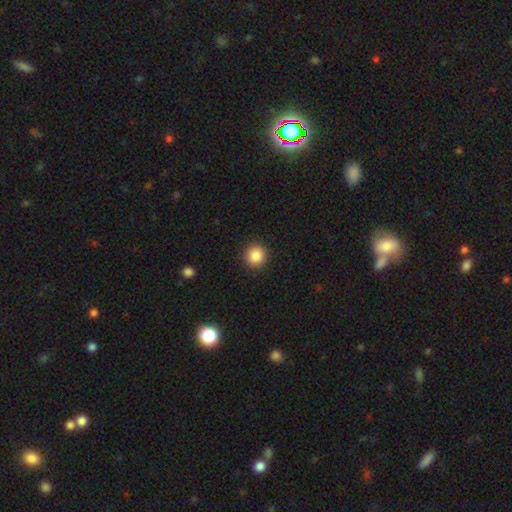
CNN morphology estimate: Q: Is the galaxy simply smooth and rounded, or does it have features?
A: smooth — 87%.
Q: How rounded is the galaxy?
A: round — 92%.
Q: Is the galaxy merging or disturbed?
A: none — 92%.